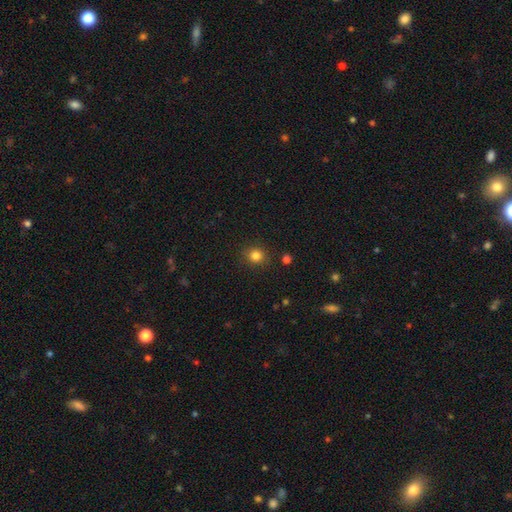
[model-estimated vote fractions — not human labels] Smooth or featured? smooth (82%)
How rounded? round (88%)
Merging? none (89%)